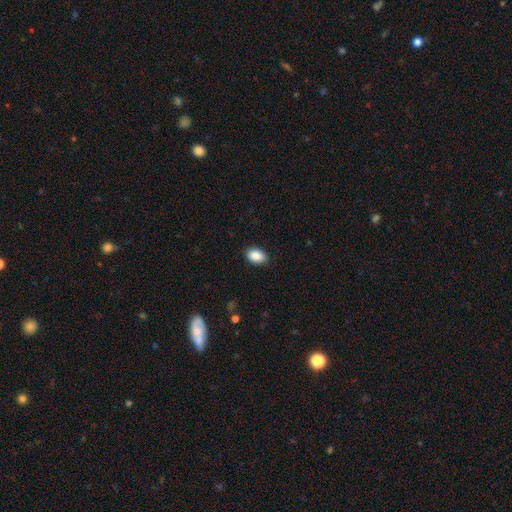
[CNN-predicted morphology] smooth 89%, star or artifact 7%, featured or disk 4%. Down the decision tree: how rounded — in between (88%); merging — none (89%).